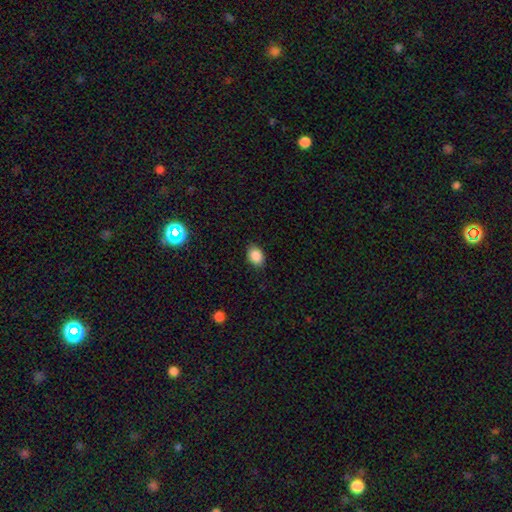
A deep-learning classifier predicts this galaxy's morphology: A smooth galaxy with no disk features (87%) that is in between round and cigar-shaped (71%).

Vote fractions:
- Smooth or featured? smooth: 87% / star or artifact: 9% / featured or disk: 4%
- How rounded? in between: 71% / round: 28% / cigar-shaped: 1%
- Merging? none: 85% / minor disturbance: 11% / major disturbance: 3% / merger: 1%